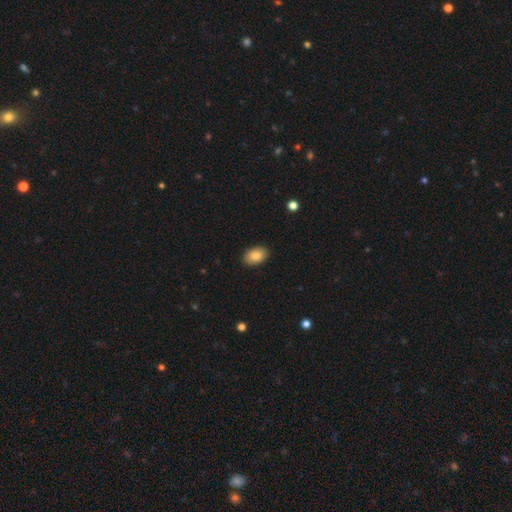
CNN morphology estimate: A smooth galaxy with no disk features (86%) that is in between round and cigar-shaped (91%).

Vote fractions:
- Smooth or featured? smooth: 86% / star or artifact: 7% / featured or disk: 6%
- How rounded? in between: 91% / round: 8% / cigar-shaped: 1%
- Merging? none: 89% / minor disturbance: 8% / major disturbance: 2% / merger: 1%